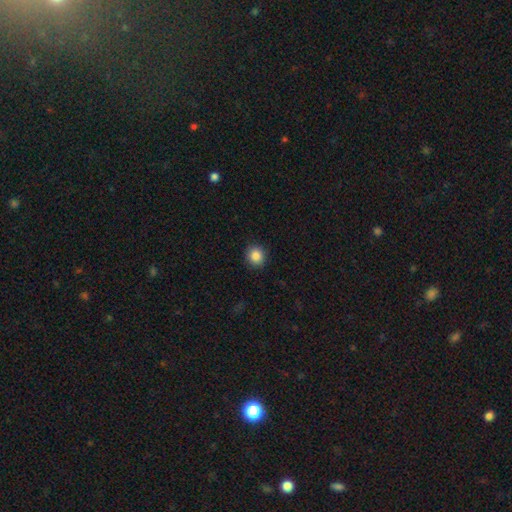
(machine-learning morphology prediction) This appears to be a smooth galaxy with no disk features (87%) that is round (86%). Merging: none (91%).